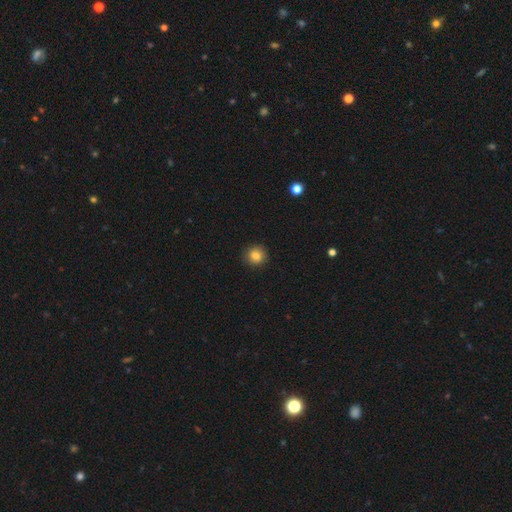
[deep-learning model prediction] This is clearly a smooth galaxy (84%). How rounded: clearly round (90%). Merging: clearly none (90%).